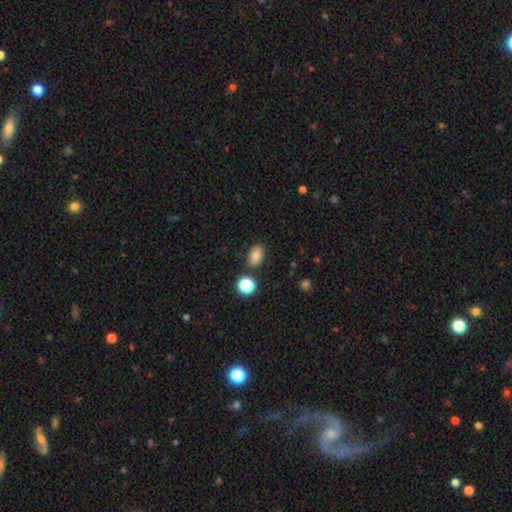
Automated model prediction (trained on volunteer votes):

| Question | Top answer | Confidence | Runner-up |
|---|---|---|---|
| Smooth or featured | smooth | 79% | star or artifact (12%) |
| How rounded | in between | 80% | round (18%) |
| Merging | none | 81% | minor disturbance (11%) |